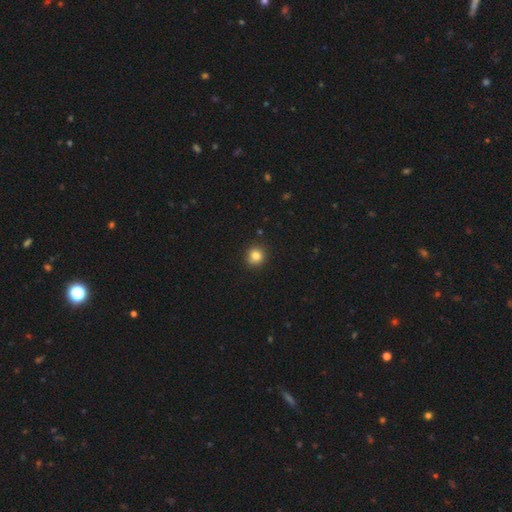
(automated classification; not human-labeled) smooth_or_featured: smooth (p=0.83) [alt: star or artifact p=0.11]
how_rounded: round (p=0.90) [alt: in between p=0.09]
merging: none (p=0.86) [alt: minor disturbance p=0.11]